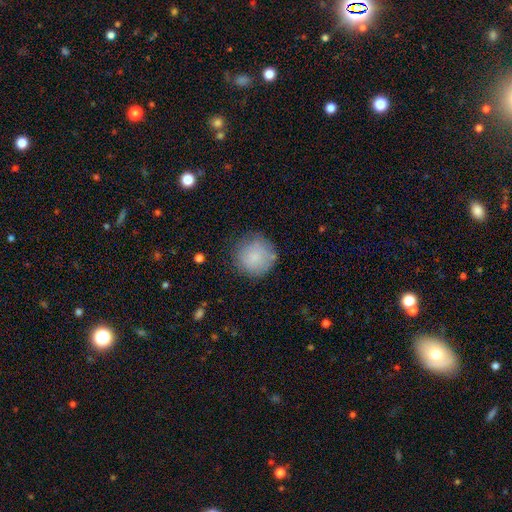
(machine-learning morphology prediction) Smooth or featured: smooth — 83% (featured or disk — 10%)
How rounded: round — 94% (in between — 5%)
Merging: none — 76% (minor disturbance — 16%)